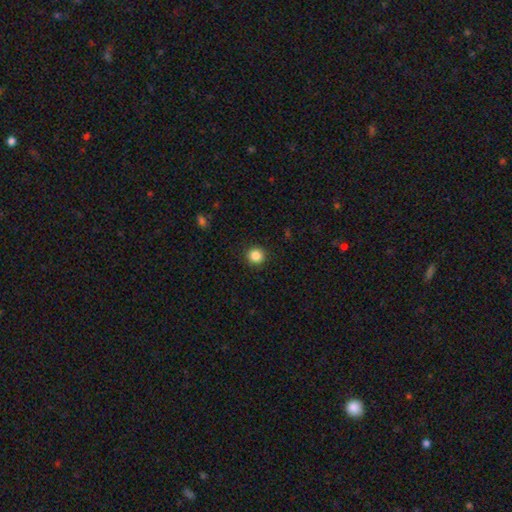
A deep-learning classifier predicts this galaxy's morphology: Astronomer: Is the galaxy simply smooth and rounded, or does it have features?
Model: smooth — 86%.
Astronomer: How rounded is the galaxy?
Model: round — 94%.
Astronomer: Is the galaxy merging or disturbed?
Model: none — 92%.